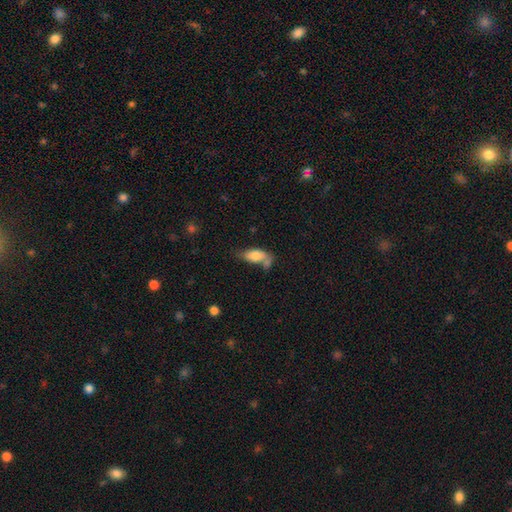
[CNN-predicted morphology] This is likely a smooth galaxy (75%). How rounded: clearly in between (85%). Merging: marginally none (35%).